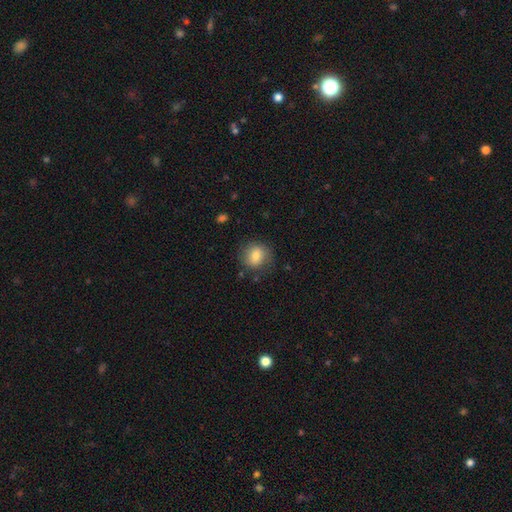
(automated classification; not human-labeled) Smooth or featured?
  - smooth: 79% *
  - featured or disk: 12%
  - star or artifact: 9%
How rounded?
  - round: 75% *
  - in between: 24%
  - cigar-shaped: 1%
Merging?
  - none: 78% *
  - minor disturbance: 15%
  - major disturbance: 5%
  - merger: 2%